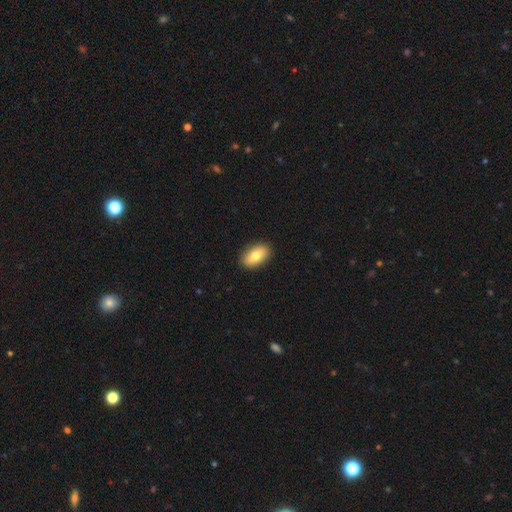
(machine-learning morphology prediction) type=smooth (76%); roundness=in between (90%); merging=none (90%).